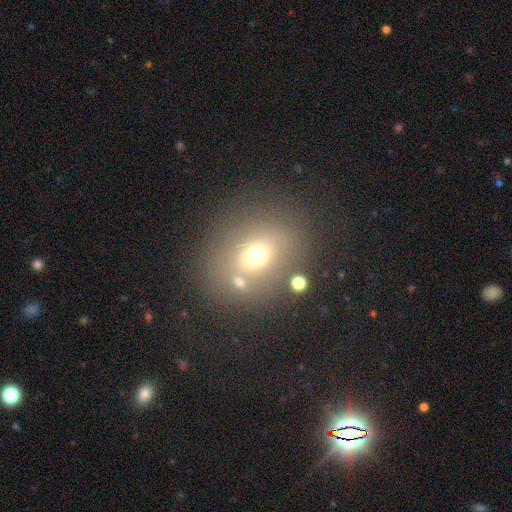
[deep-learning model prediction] Overall: smooth (64%). How rounded: round (59%; in between 40%). Merging: none (71%).